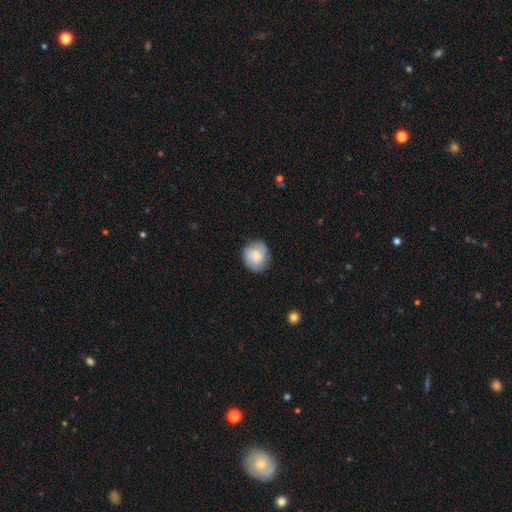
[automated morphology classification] A smooth galaxy with no disk features (68%) that is round (81%). Merging: none (78%).